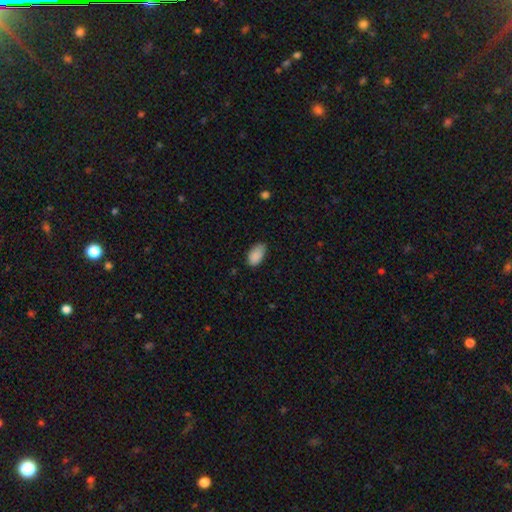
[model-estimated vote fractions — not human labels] smooth 88%, star or artifact 7%, featured or disk 5%. Down the decision tree: how rounded — in between (94%); merging — none (67%).